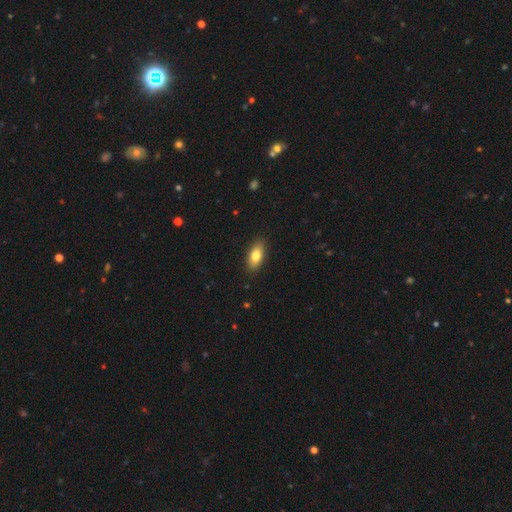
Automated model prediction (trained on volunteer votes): Morphology: type=smooth (81%); roundness=in between (84%); merging=none (89%).